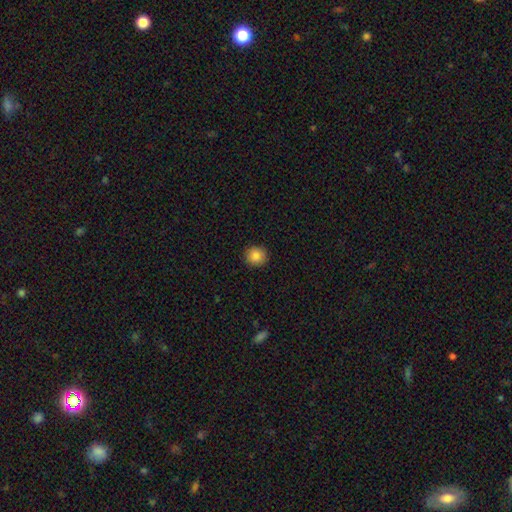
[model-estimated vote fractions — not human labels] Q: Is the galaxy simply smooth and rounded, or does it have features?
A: smooth — 85%.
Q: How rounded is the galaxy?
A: round — 91%.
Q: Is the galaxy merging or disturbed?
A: none — 92%.